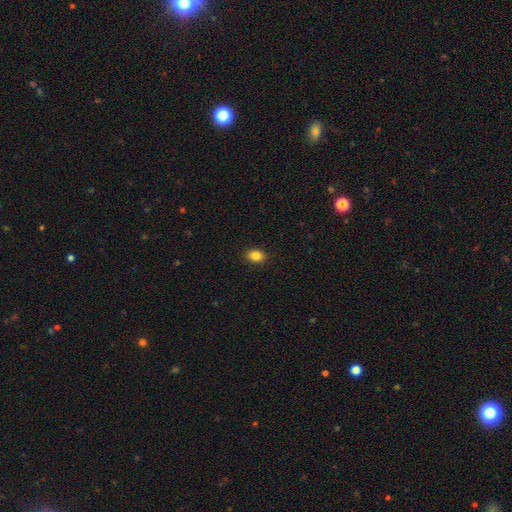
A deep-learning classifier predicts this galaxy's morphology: A smooth galaxy with no disk features (86%) that is in between round and cigar-shaped (77%).

Vote fractions:
- Smooth or featured? smooth: 86% / star or artifact: 9% / featured or disk: 5%
- How rounded? in between: 77% / round: 22% / cigar-shaped: 1%
- Merging? none: 89% / minor disturbance: 8% / major disturbance: 2% / merger: 1%